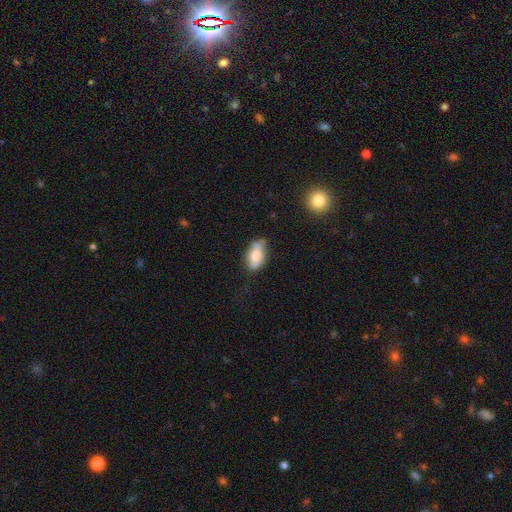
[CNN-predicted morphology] type=smooth (73%); roundness=in between (91%); merging=none (64%).